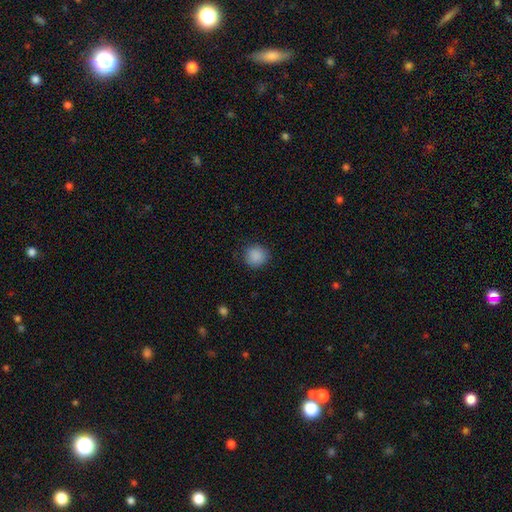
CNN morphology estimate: smooth-or-featured: smooth: 89% | star or artifact: 8% | featured or disk: 3%
  how-rounded: round: 91% | in between: 8% | cigar-shaped: 1%
  merging: none: 88% | minor disturbance: 9% | major disturbance: 3% | merger: 1%